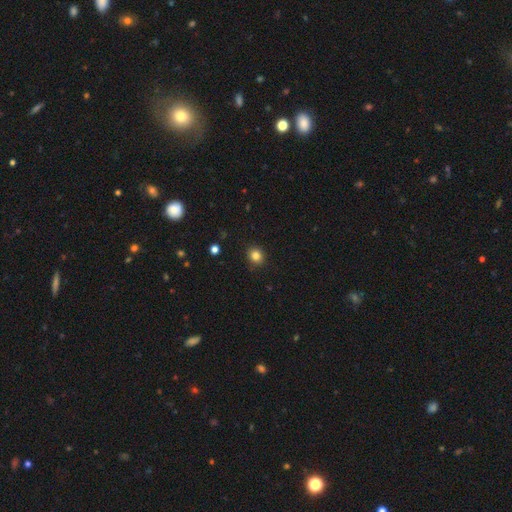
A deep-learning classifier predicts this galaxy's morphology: This is clearly a smooth galaxy (84%). How rounded: clearly round (80%). Merging: clearly none (90%).